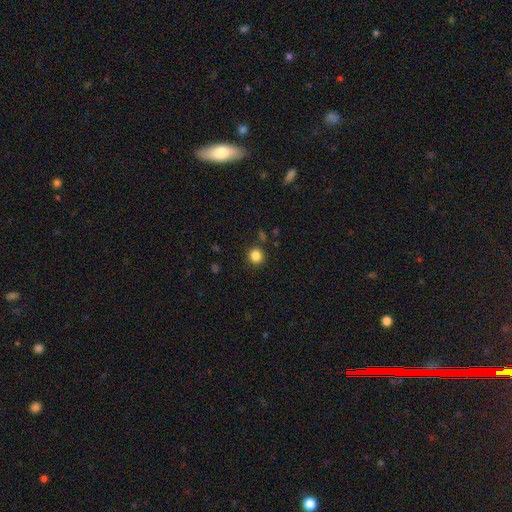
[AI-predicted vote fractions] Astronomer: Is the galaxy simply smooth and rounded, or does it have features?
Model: smooth — 84%.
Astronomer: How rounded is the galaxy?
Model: round — 93%.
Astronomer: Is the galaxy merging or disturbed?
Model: none — 89%.